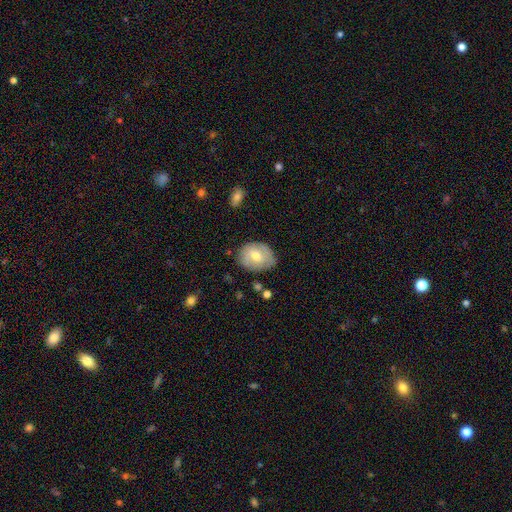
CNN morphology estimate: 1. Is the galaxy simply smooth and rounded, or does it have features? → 53% smooth, 40% featured or disk, 7% star or artifact.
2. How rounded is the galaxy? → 59% in between, 40% round, 1% cigar-shaped.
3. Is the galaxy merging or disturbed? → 71% none, 22% minor disturbance, 5% major disturbance, 2% merger.